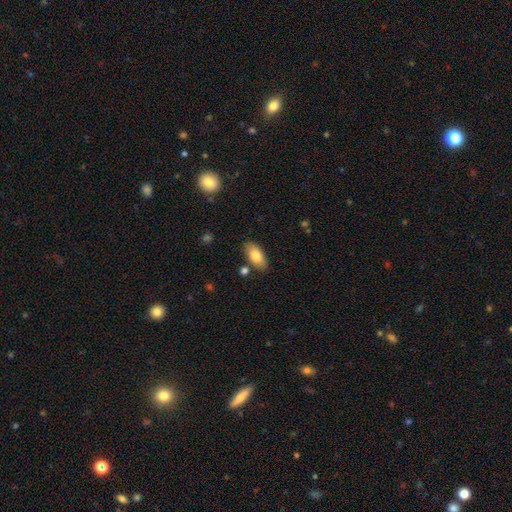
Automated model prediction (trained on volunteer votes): Q: Smooth or featured?
A: smooth (81%); runner-up: featured or disk (12%)
Q: How rounded?
A: in between (91%); runner-up: cigar-shaped (6%)
Q: Merging?
A: none (81%); runner-up: minor disturbance (12%)